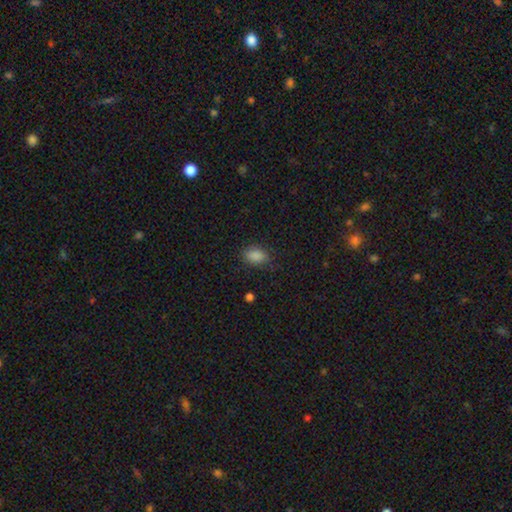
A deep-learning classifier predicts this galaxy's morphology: smooth_or_featured: smooth (p=0.87) [alt: star or artifact p=0.10]
how_rounded: in between (p=0.83) [alt: round p=0.16]
merging: none (p=0.80) [alt: minor disturbance p=0.15]